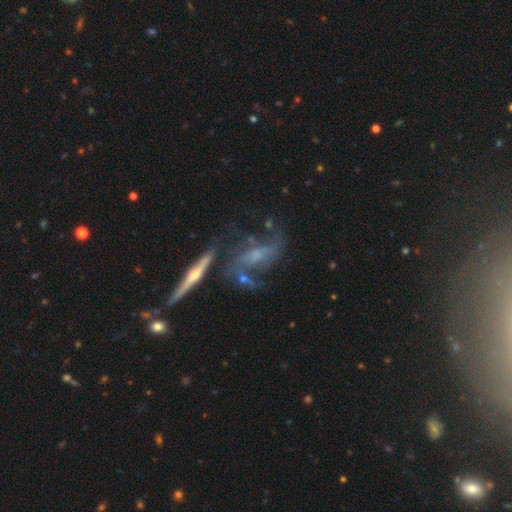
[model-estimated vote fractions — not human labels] Morphology: type=featured or disk (81%); edge-on=no (72%); bar=no (48%); spiral arms=yes (85%); bulge=small (46%); merging=none (51%).